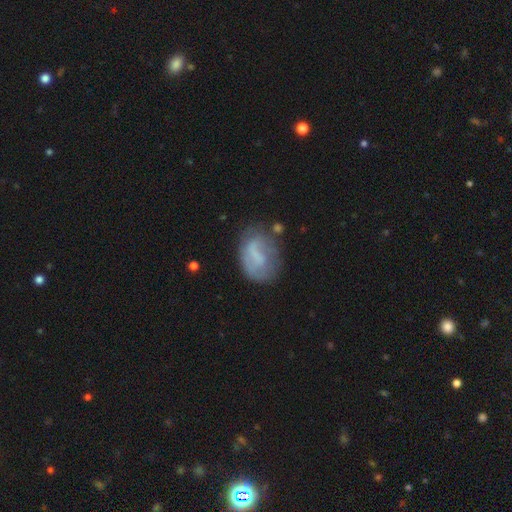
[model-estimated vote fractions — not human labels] Q: Smooth or featured?
A: featured or disk (49%); runner-up: smooth (43%)
Q: Merging?
A: none (53%); runner-up: minor disturbance (27%)